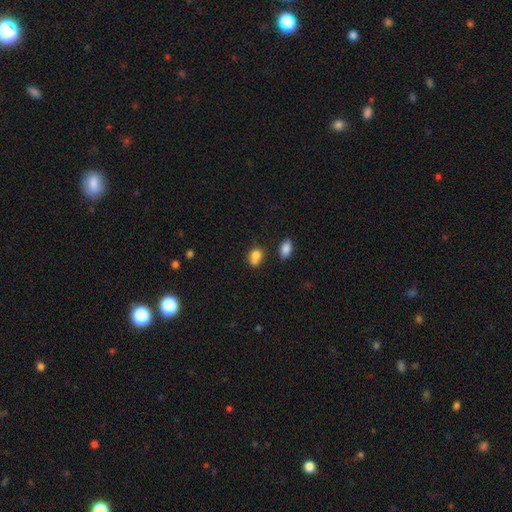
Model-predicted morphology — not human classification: Smooth or featured? Predicted: smooth (p=0.78). How rounded? Predicted: round (p=0.51). Merging? Predicted: merger (p=0.41).